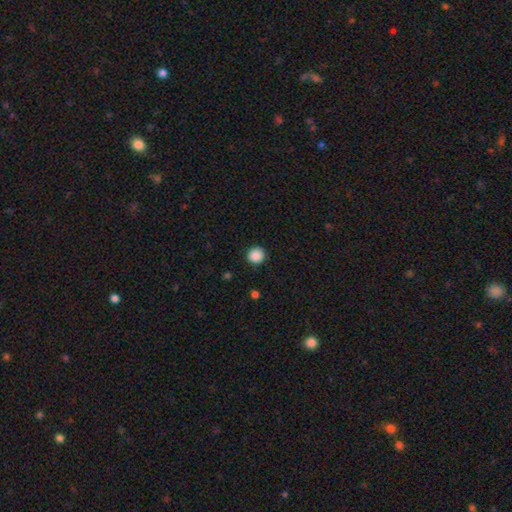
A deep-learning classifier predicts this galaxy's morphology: A smooth galaxy with no disk features (88%) that is round (94%).

Vote fractions:
- Smooth or featured? smooth: 88% / star or artifact: 10% / featured or disk: 2%
- How rounded? round: 94% / in between: 6% / cigar-shaped: 1%
- Merging? none: 91% / minor disturbance: 6% / major disturbance: 2% / merger: 1%